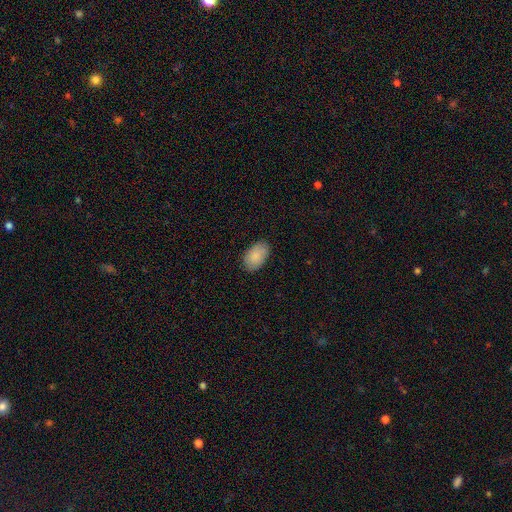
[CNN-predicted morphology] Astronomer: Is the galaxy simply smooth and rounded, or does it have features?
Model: smooth — 88%.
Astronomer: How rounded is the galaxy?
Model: in between — 93%.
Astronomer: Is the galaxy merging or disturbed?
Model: none — 85%.